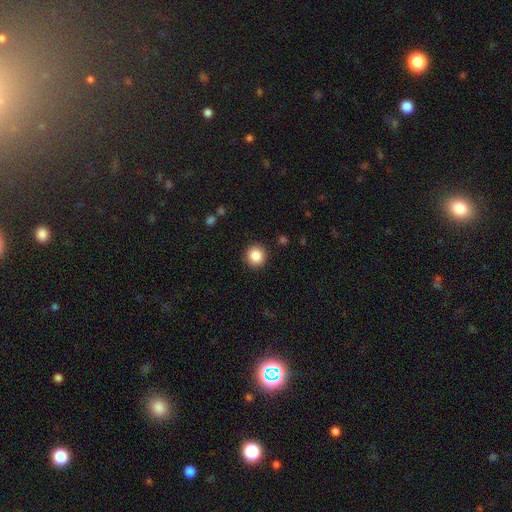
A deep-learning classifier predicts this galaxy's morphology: A smooth galaxy with no disk features (87%) that is round (91%). Merging: none (90%).